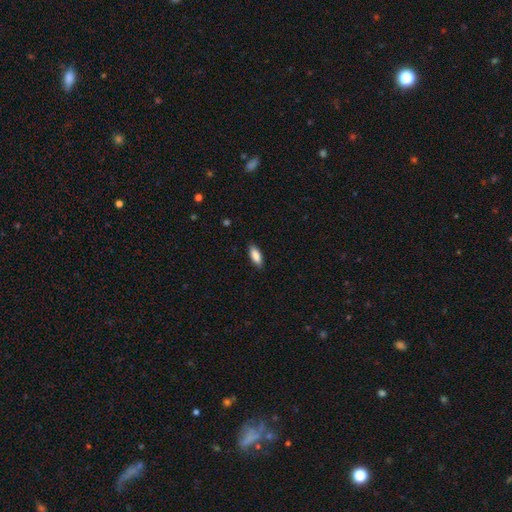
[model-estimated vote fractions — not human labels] Smooth or featured: smooth — 88% (star or artifact — 6%)
How rounded: in between — 79% (cigar-shaped — 20%)
Merging: none — 87% (minor disturbance — 10%)